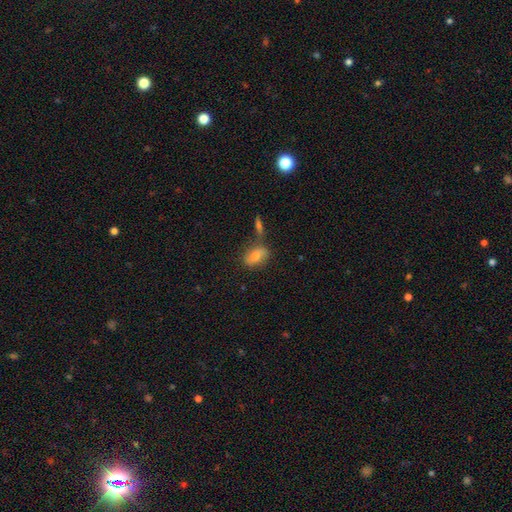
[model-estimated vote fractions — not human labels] The model was most divided on "smooth or featured": smooth: 66%, featured or disk: 22%, star or artifact: 13%. More confident: how rounded — in between (82%); merging — none (67%).